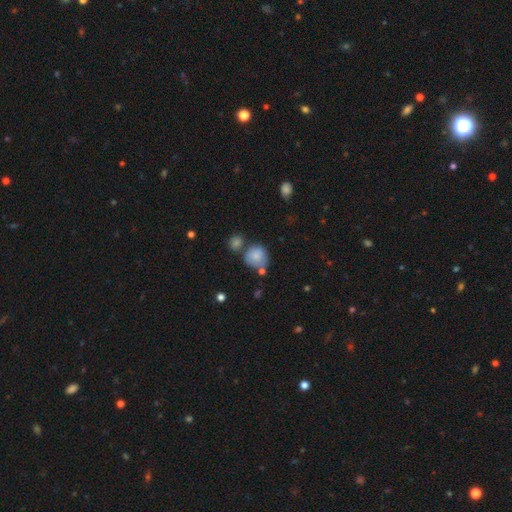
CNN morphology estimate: A smooth galaxy with no disk features (80%) that is round (83%). Merging: none (52%).